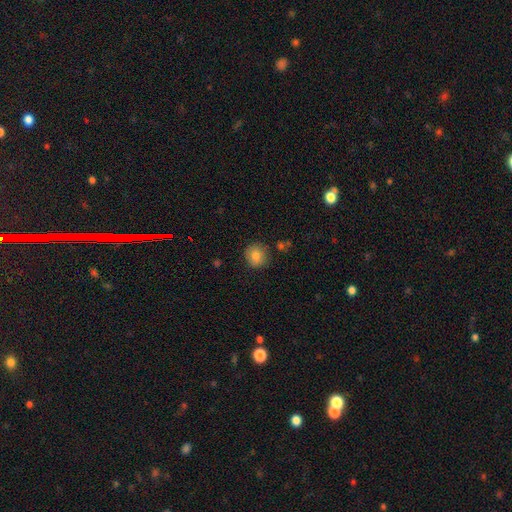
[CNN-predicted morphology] Smooth or featured?
  - smooth: 84% *
  - star or artifact: 9%
  - featured or disk: 6%
How rounded?
  - round: 88% *
  - in between: 11%
  - cigar-shaped: 1%
Merging?
  - none: 84% *
  - minor disturbance: 11%
  - merger: 3%
  - major disturbance: 3%